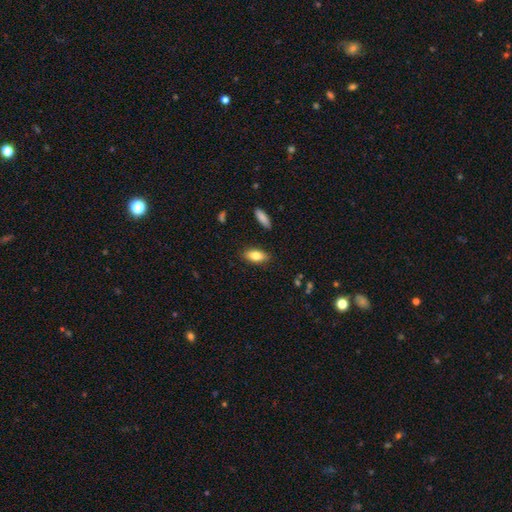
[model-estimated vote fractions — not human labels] Smooth or featured? smooth (80%)
How rounded? in between (86%)
Merging? none (87%)